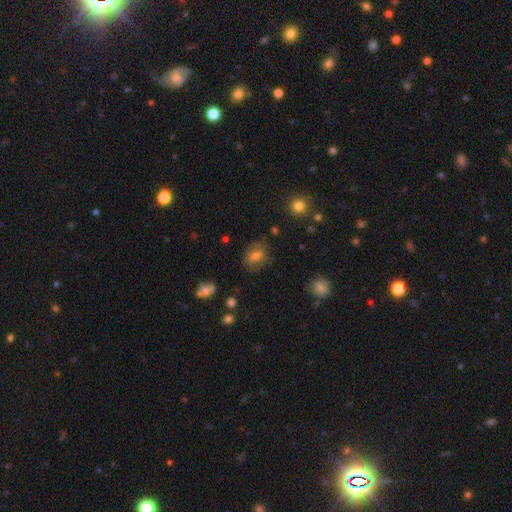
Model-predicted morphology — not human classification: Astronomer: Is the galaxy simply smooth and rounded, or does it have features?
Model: smooth — 66%.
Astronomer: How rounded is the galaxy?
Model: in between — 63%.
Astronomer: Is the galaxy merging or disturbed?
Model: none — 72%.